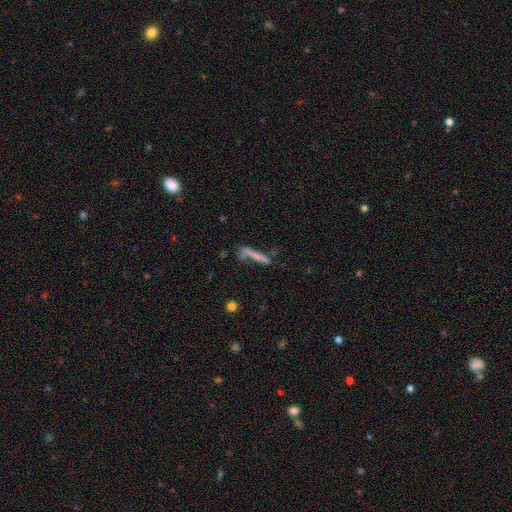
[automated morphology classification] This appears to be a smooth galaxy with no disk features (57%) that is cigar-shaped (92%). Merging: none (55%).